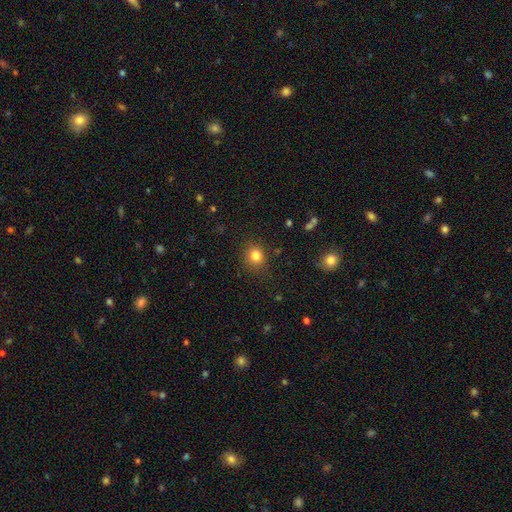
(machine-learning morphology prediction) This appears to be a smooth galaxy with no disk features (82%) that is round (81%). Merging: none (85%).